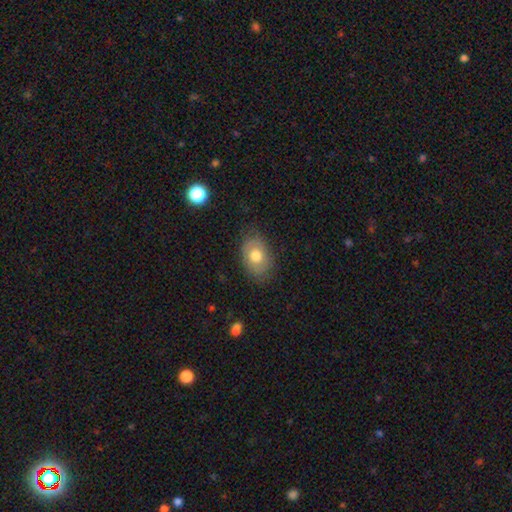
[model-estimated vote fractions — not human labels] Smooth or featured: smooth — 64% (featured or disk — 29%)
How rounded: in between — 80% (round — 19%)
Merging: none — 74% (minor disturbance — 19%)